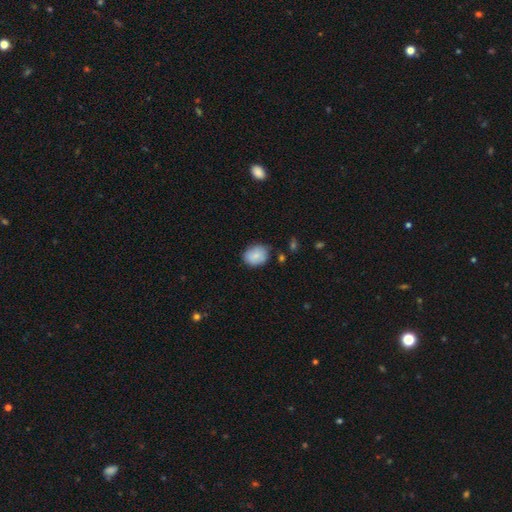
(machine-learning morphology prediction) Smooth or featured? Predicted: smooth (p=0.84). How rounded? Predicted: round (p=0.51). Merging? Predicted: none (p=0.72).